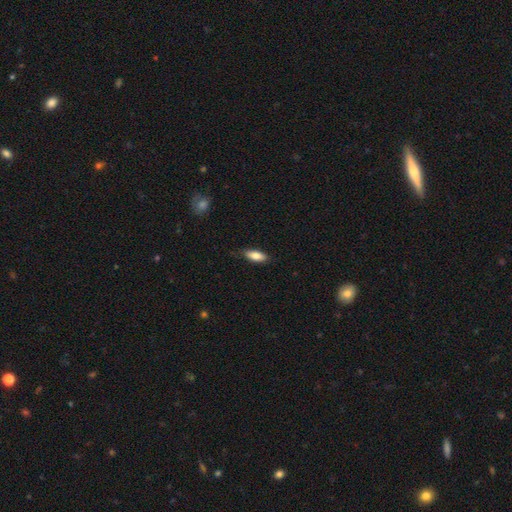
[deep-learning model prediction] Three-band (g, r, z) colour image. It shows a smooth galaxy with no disk features (81%) that is in between round and cigar-shaped (76%). Merging: none (79%).